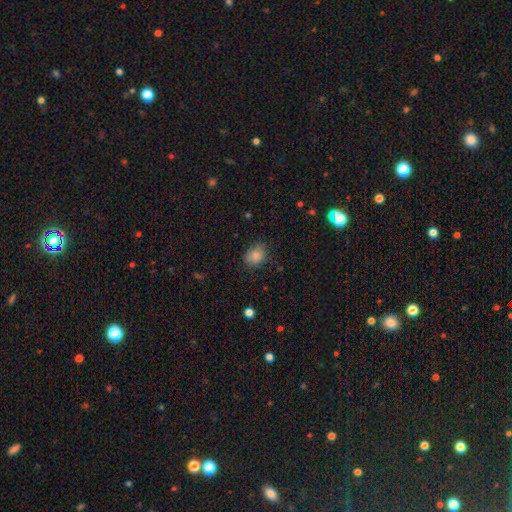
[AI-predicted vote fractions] Smooth or featured? smooth (83%)
How rounded? in between (58%)
Merging? none (75%)